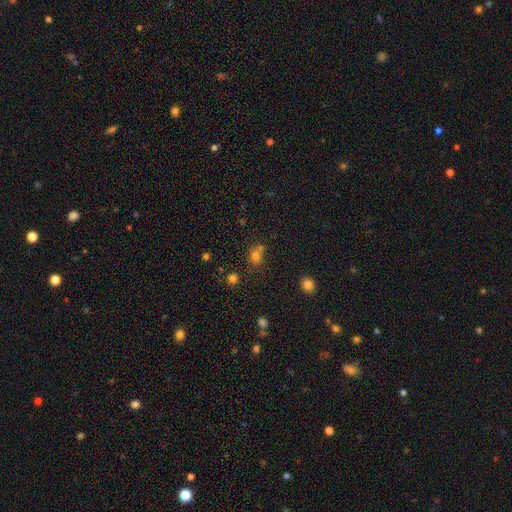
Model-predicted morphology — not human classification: Smooth or featured? smooth (74%)
How rounded? round (63%)
Merging? none (48%)